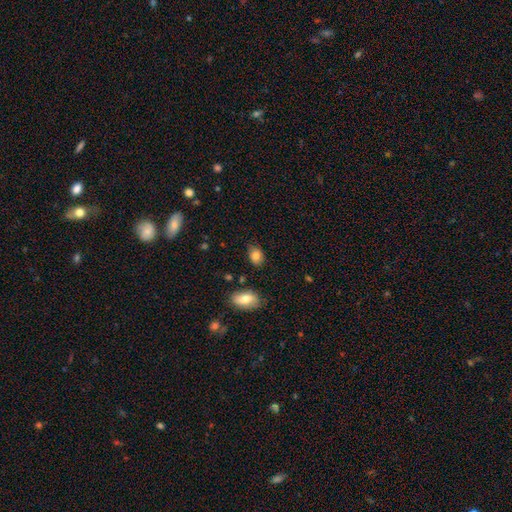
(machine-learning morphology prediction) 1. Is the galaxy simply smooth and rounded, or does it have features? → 82% smooth, 9% star or artifact, 9% featured or disk.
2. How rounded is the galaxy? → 79% in between, 19% round, 1% cigar-shaped.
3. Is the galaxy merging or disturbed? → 82% none, 13% minor disturbance, 3% merger, 3% major disturbance.